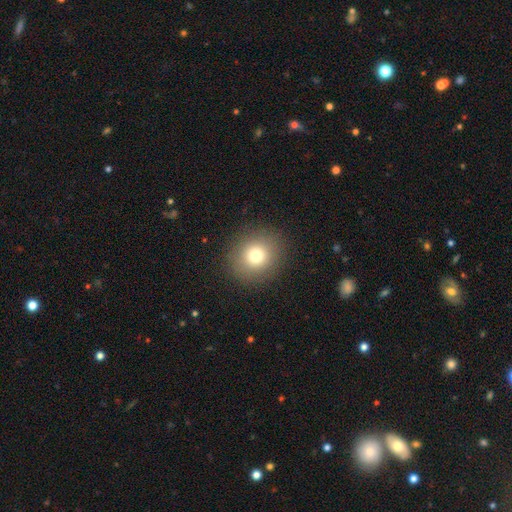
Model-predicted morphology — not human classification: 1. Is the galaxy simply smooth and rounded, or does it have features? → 76% smooth, 13% star or artifact, 10% featured or disk.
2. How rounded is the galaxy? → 83% round, 16% in between, 1% cigar-shaped.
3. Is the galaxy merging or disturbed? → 90% none, 6% minor disturbance, 3% major disturbance, 1% merger.